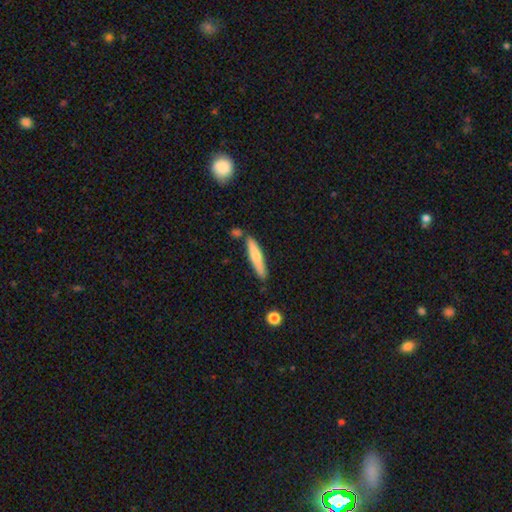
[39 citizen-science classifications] Overall: smooth (72%). How rounded: cigar-shaped (93%). Merging: none (71%).